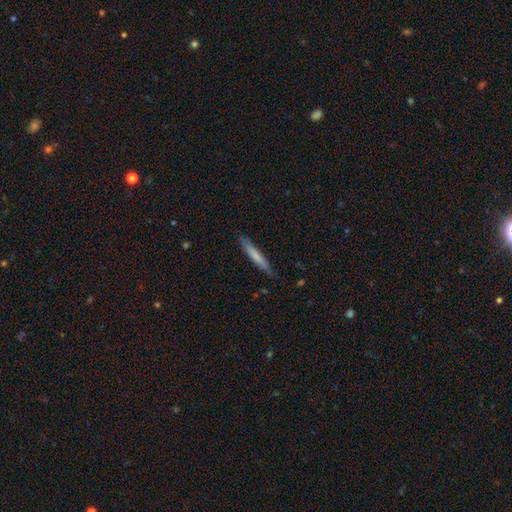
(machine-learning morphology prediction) smooth_or_featured: smooth (p=0.69) [alt: featured or disk p=0.26]
how_rounded: cigar-shaped (p=0.95) [alt: in between p=0.04]
merging: none (p=0.84) [alt: minor disturbance p=0.12]